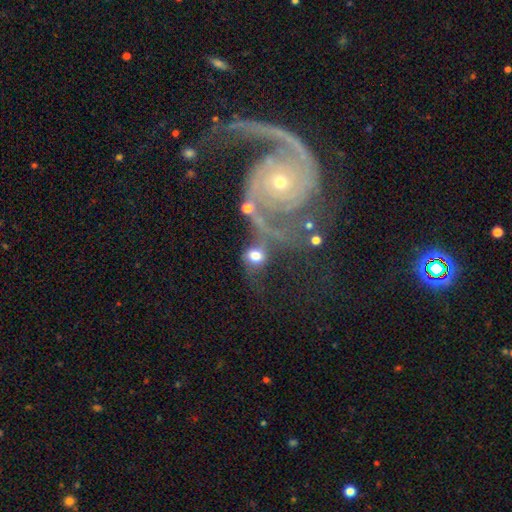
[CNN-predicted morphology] smooth-or-featured: smooth: 55% | featured or disk: 32% | star or artifact: 13%
  how-rounded: round: 61% | in between: 37% | cigar-shaped: 2%
  merging: none: 34% | major disturbance: 25% | merger: 24% | minor disturbance: 17%